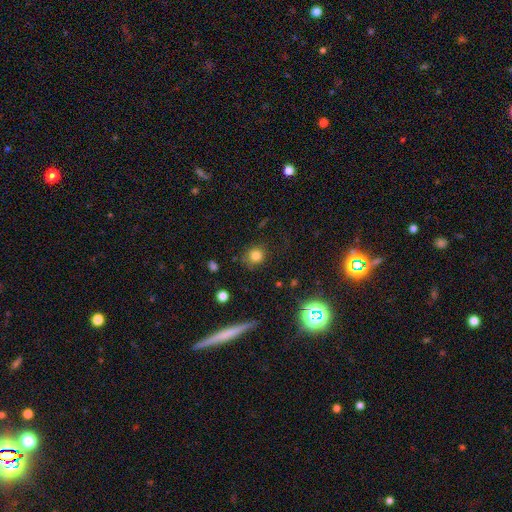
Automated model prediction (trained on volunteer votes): Smooth or featured: smooth — 79% (star or artifact — 14%)
How rounded: round — 84% (in between — 15%)
Merging: none — 77% (minor disturbance — 16%)